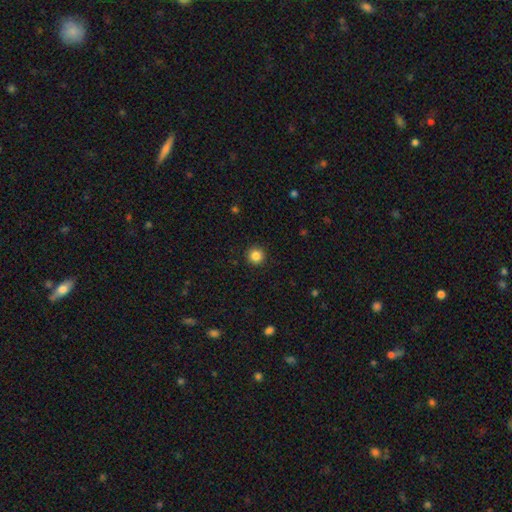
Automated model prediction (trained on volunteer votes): The model was most divided on "smooth or featured": smooth: 85%, star or artifact: 11%, featured or disk: 4%. More confident: how rounded — round (96%); merging — none (93%).